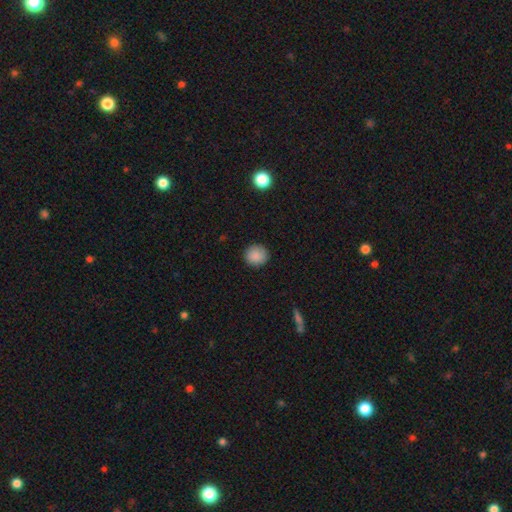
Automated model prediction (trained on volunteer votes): Smooth or featured? Predicted: smooth (p=0.88). How rounded? Predicted: round (p=0.89). Merging? Predicted: none (p=0.90).